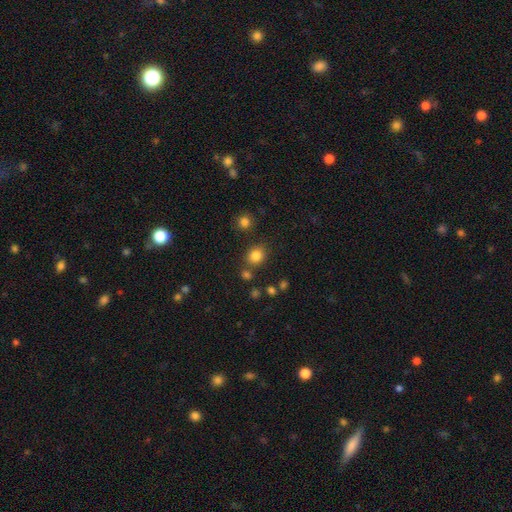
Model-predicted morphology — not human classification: Smooth or featured?
  - smooth: 83% *
  - star or artifact: 13%
  - featured or disk: 5%
How rounded?
  - round: 72% *
  - in between: 27%
  - cigar-shaped: 1%
Merging?
  - none: 77% *
  - minor disturbance: 10%
  - merger: 9%
  - major disturbance: 4%